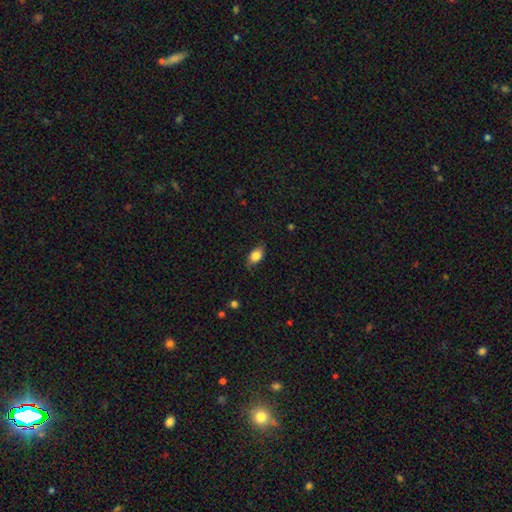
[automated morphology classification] The model was most divided on "merging": none: 79%, minor disturbance: 16%, major disturbance: 4%, merger: 1%. More confident: how rounded — in between (86%); smooth or featured — smooth (81%).